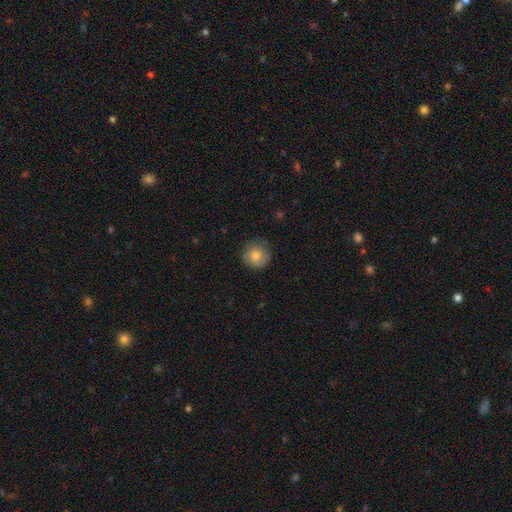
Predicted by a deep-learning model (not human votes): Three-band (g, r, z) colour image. It shows a smooth galaxy with no disk features (79%) that is round (93%). Merging: none (81%).